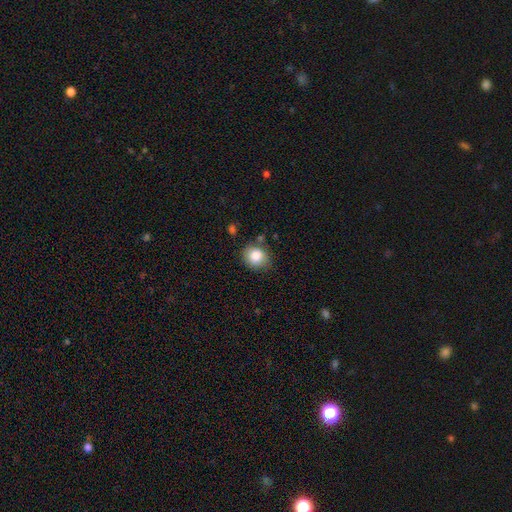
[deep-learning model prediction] smooth_or_featured: smooth (p=0.83) [alt: star or artifact p=0.09]
how_rounded: round (p=0.68) [alt: in between p=0.31]
merging: none (p=0.78) [alt: minor disturbance p=0.15]